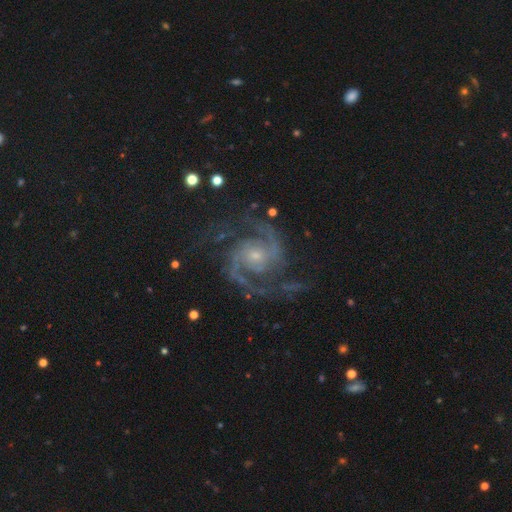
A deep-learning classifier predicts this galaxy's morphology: Smooth or featured: featured or disk — 93% (star or artifact — 5%)
Edge-on disk: no — 98% (yes — 2%)
Bar: no — 64% (weak — 28%)
Spiral arms: yes — 99% (no — 1%)
Spiral winding: medium — 60% (tight — 28%)
Spiral arm count: 2 — 86% (3 — 6%)
Bulge size: small — 65% (moderate — 29%)
Merging: none — 75% (minor disturbance — 15%)